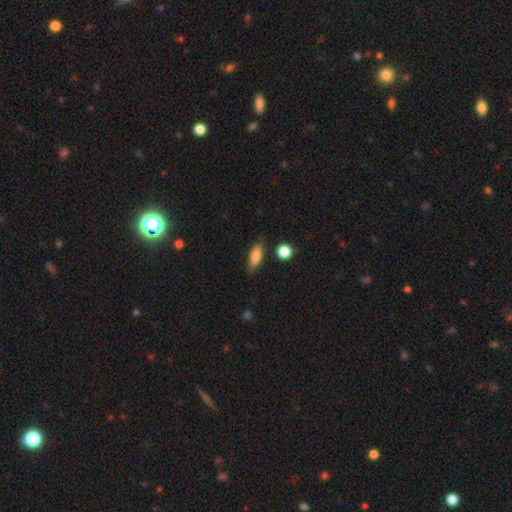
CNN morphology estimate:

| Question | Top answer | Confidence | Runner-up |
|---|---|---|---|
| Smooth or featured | smooth | 80% | featured or disk (12%) |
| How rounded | in between | 69% | cigar-shaped (27%) |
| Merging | none | 79% | minor disturbance (15%) |